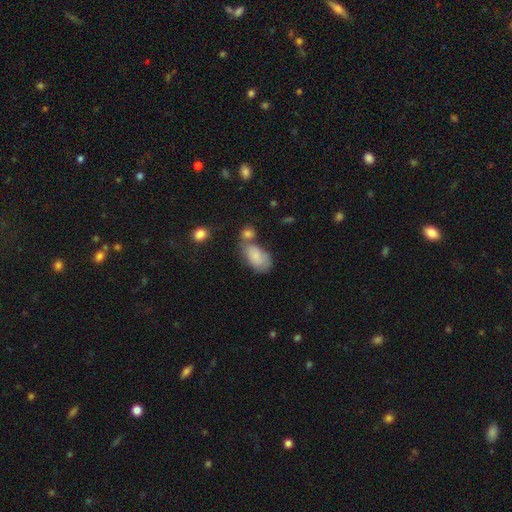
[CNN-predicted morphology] Q: Smooth or featured?
A: smooth (81%); runner-up: featured or disk (11%)
Q: How rounded?
A: in between (93%); runner-up: round (6%)
Q: Merging?
A: none (39%); runner-up: merger (30%)